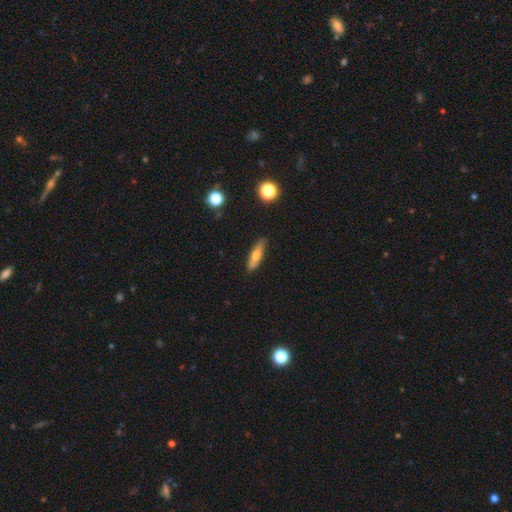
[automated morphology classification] Smooth or featured? Predicted: smooth (p=0.64). How rounded? Predicted: cigar-shaped (p=0.71). Merging? Predicted: none (p=0.87).